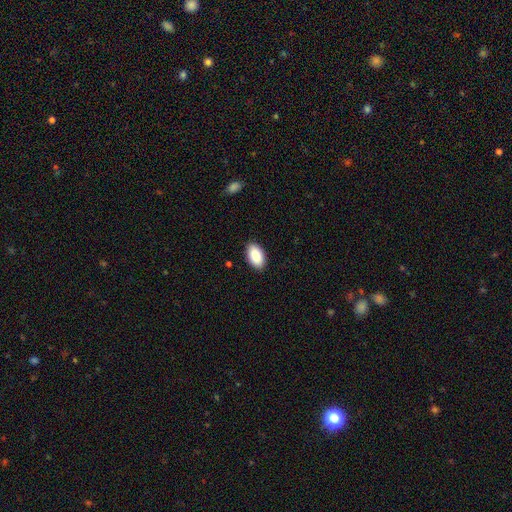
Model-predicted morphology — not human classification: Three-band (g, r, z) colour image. It shows a smooth galaxy with no disk features (90%) that is in between round and cigar-shaped (94%). Merging: none (88%).